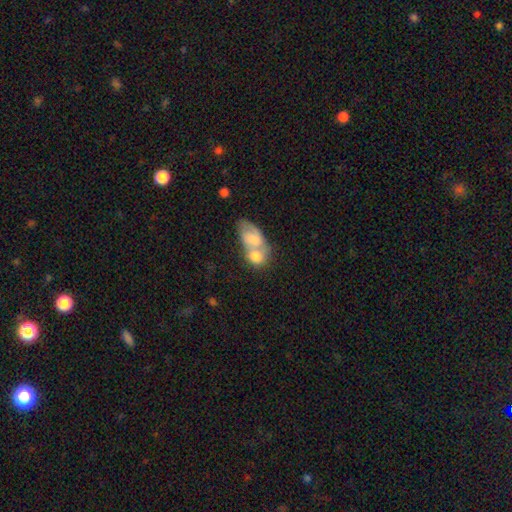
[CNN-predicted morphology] This appears to be a smooth galaxy with no disk features (72%) that is in between round and cigar-shaped (66%). Merging: merger (70%).